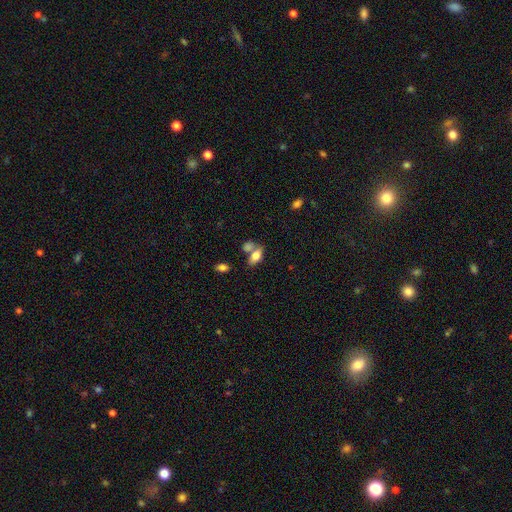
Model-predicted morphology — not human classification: This is likely a smooth galaxy (77%). How rounded: clearly in between (87%). Merging: possibly none (46%).